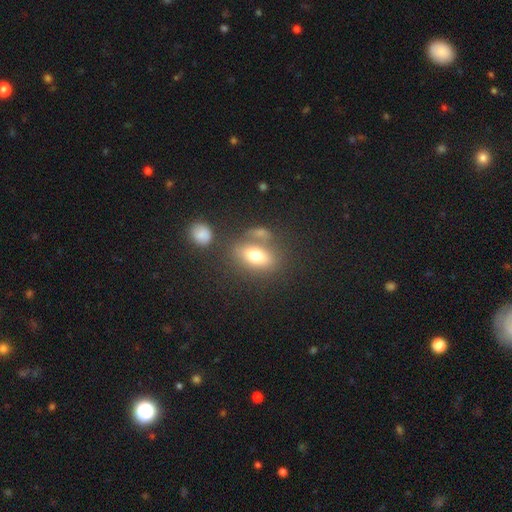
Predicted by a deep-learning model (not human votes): Q: Smooth or featured?
A: smooth (71%); runner-up: featured or disk (19%)
Q: How rounded?
A: in between (80%); runner-up: round (16%)
Q: Merging?
A: none (54%); runner-up: merger (20%)